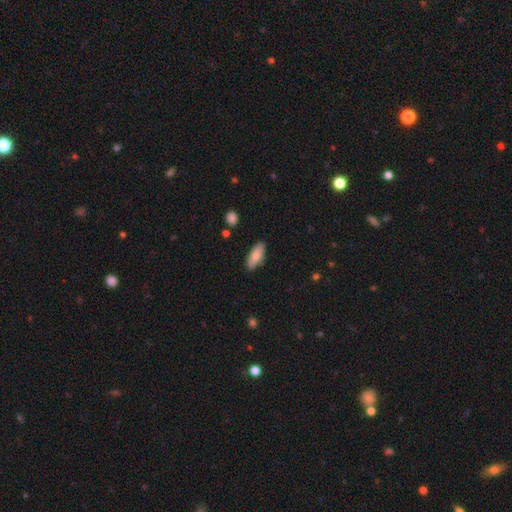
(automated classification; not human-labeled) Smooth or featured? smooth (79%)
How rounded? in between (79%)
Merging? none (86%)